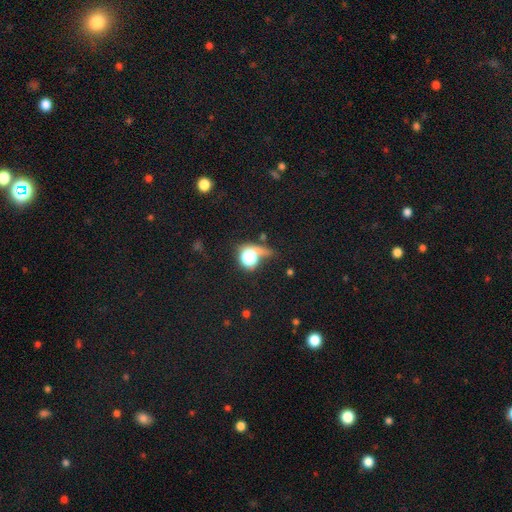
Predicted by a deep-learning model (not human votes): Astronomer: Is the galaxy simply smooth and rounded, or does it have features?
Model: smooth — 50% (runner-up: star or artifact, 36%).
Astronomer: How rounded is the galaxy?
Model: round — 67%.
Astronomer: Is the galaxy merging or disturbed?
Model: none — 50%.